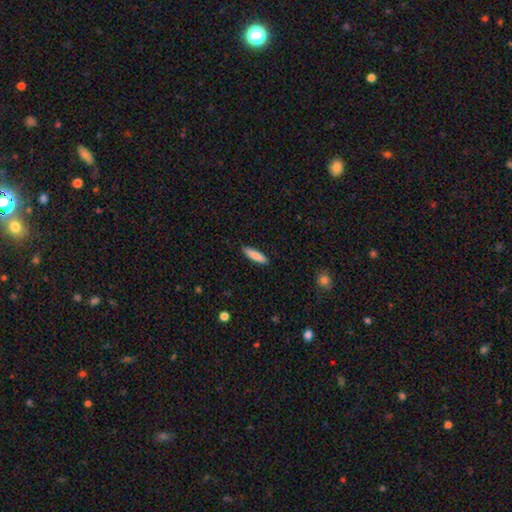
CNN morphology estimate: A smooth galaxy with no disk features (86%) that is cigar-shaped (66%). Merging: none (87%).